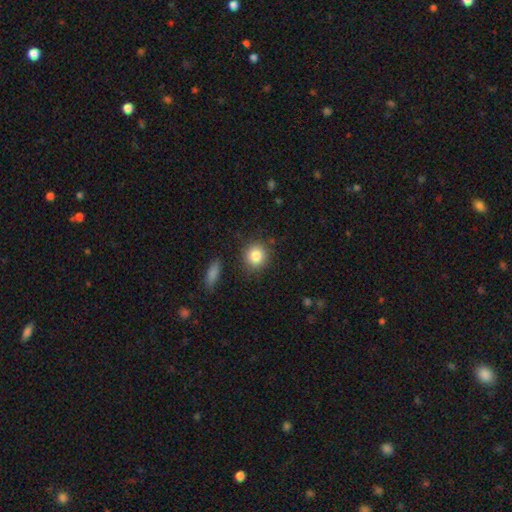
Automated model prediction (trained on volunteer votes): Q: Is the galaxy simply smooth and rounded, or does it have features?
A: smooth — 85%.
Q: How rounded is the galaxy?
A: round — 85%.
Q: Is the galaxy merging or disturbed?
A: none — 85%.